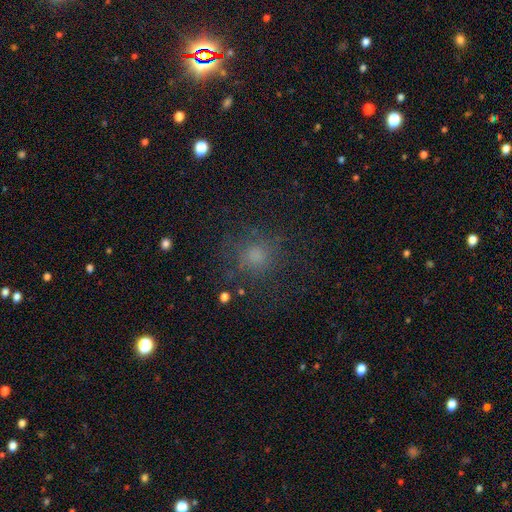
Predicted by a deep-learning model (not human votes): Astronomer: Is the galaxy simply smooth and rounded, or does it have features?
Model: smooth — 65%.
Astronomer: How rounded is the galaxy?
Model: round — 87%.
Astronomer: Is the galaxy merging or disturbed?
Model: none — 72%.